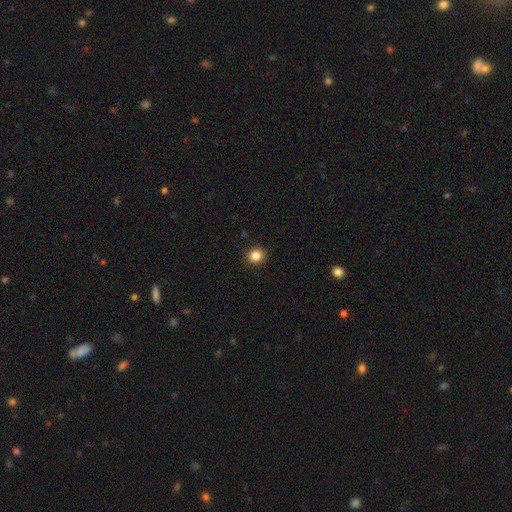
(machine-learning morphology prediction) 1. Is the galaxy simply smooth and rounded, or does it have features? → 84% smooth, 11% star or artifact, 4% featured or disk.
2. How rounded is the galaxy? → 89% round, 10% in between, 1% cigar-shaped.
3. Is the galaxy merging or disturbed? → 92% none, 5% minor disturbance, 2% major disturbance, 1% merger.